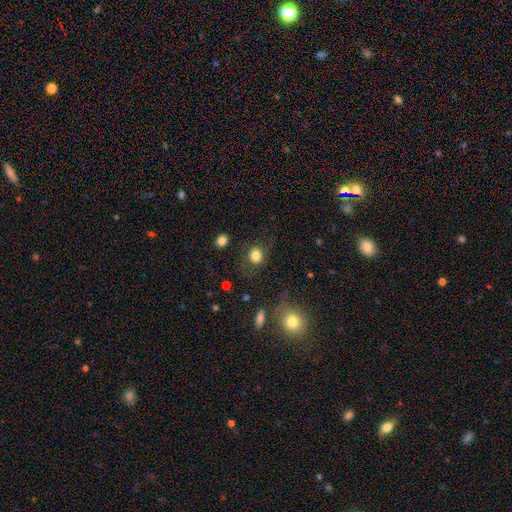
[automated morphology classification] Smooth or featured? smooth (82%)
How rounded? round (75%)
Merging? none (77%)